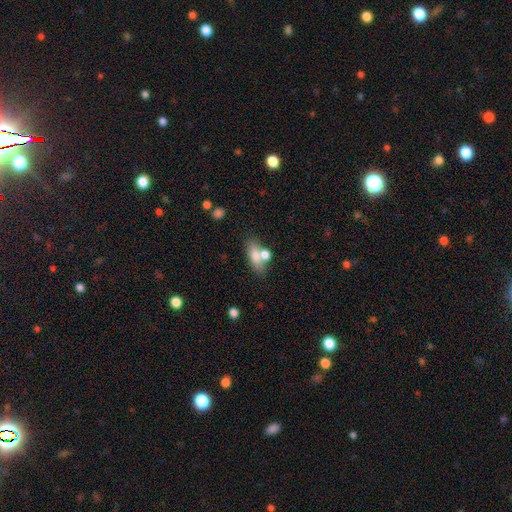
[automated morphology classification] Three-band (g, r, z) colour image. It shows a smooth galaxy with no disk features (71%) that is in between round and cigar-shaped (68%). Merging: none (52%).